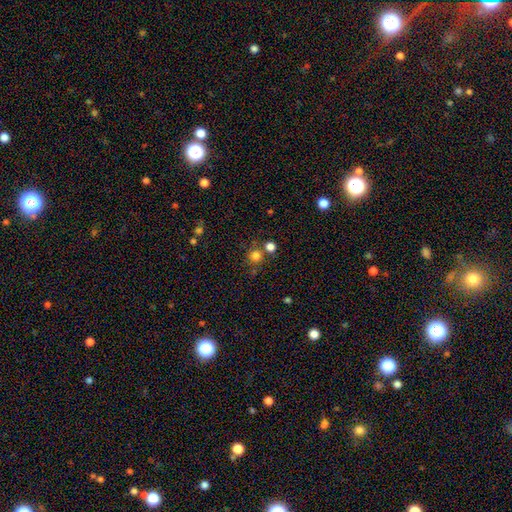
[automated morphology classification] Overall: smooth (79%). How rounded: round (93%). Merging: none (72%).